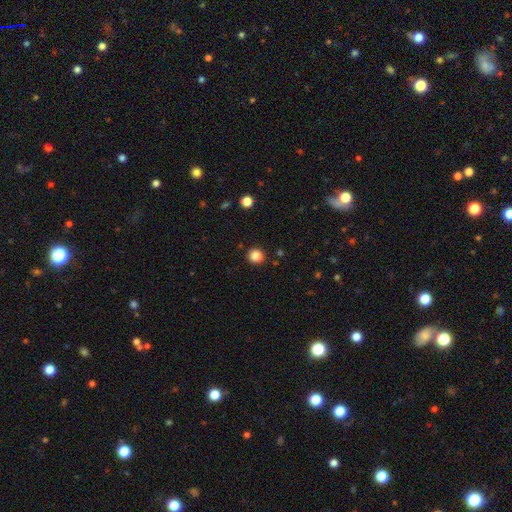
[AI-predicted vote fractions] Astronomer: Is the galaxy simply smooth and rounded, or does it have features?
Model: smooth — 86%.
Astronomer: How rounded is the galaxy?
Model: round — 91%.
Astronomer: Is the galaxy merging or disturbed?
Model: none — 90%.